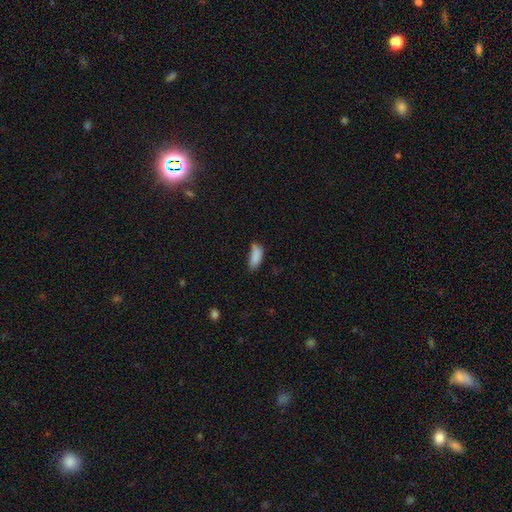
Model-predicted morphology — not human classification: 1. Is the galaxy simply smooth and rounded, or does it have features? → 86% smooth, 9% star or artifact, 6% featured or disk.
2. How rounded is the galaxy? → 82% in between, 15% cigar-shaped, 2% round.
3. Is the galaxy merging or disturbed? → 53% none, 33% minor disturbance, 9% major disturbance, 5% merger.